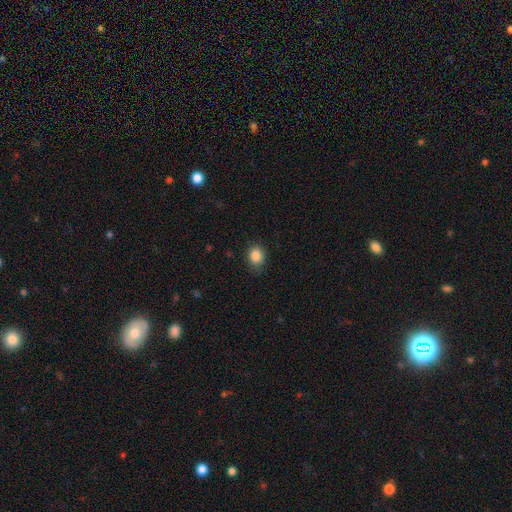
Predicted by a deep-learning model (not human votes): smooth 86%, star or artifact 9%, featured or disk 4%. Down the decision tree: how rounded — round (53%); merging — none (78%).